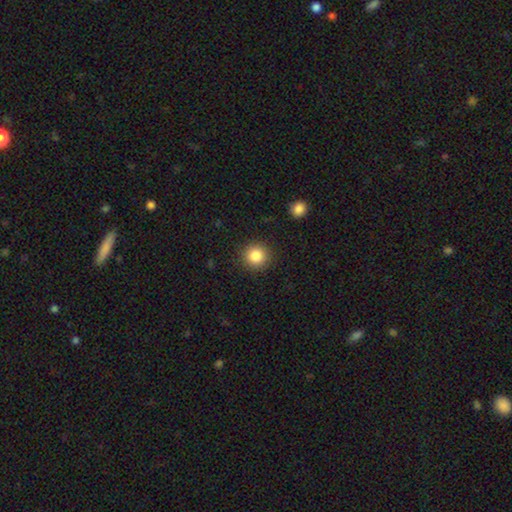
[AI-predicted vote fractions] Smooth or featured? Predicted: smooth (p=0.85). How rounded? Predicted: round (p=0.94). Merging? Predicted: none (p=0.90).